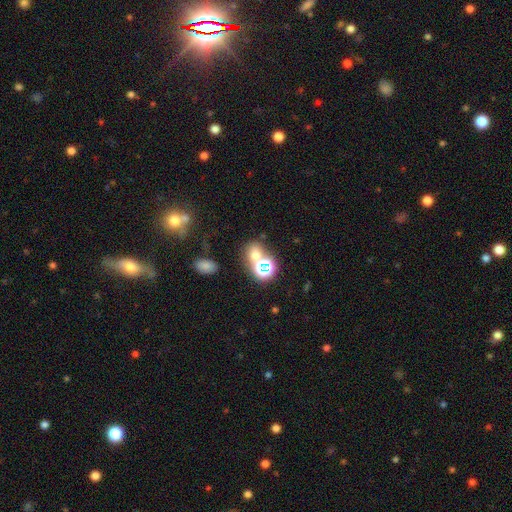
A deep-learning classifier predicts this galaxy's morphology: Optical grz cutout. It shows a smooth galaxy with no disk features (54%) that is round (56%). Merging: none (54%).